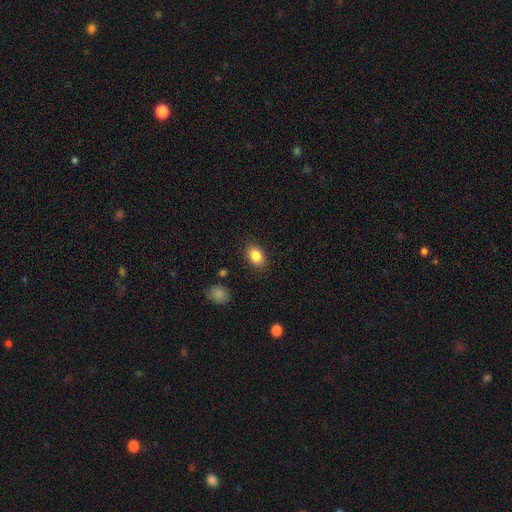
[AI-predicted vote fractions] Q: Smooth or featured?
A: smooth (85%); runner-up: star or artifact (8%)
Q: How rounded?
A: in between (80%); runner-up: round (19%)
Q: Merging?
A: none (87%); runner-up: minor disturbance (9%)